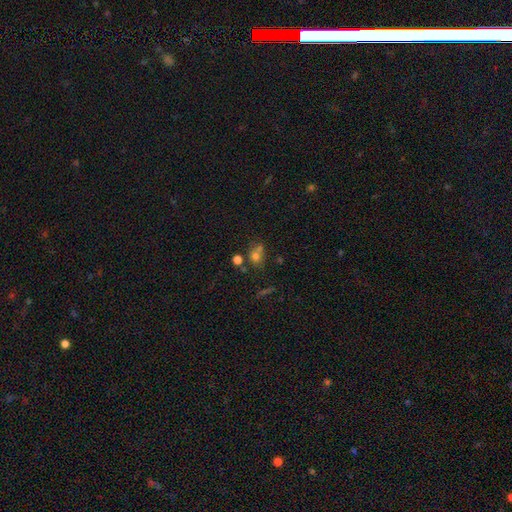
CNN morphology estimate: smooth 65%, star or artifact 19%, featured or disk 16%. Down the decision tree: how rounded — round (63%); merging — none (43%).